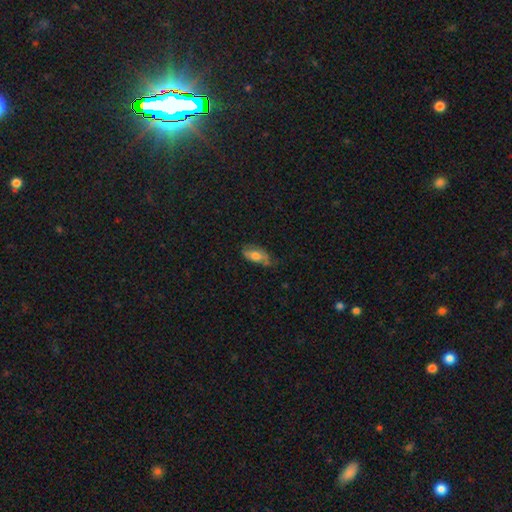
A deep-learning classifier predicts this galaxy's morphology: This appears to be a smooth galaxy with no disk features (60%) that is in between round and cigar-shaped (86%). Merging: none (53%).